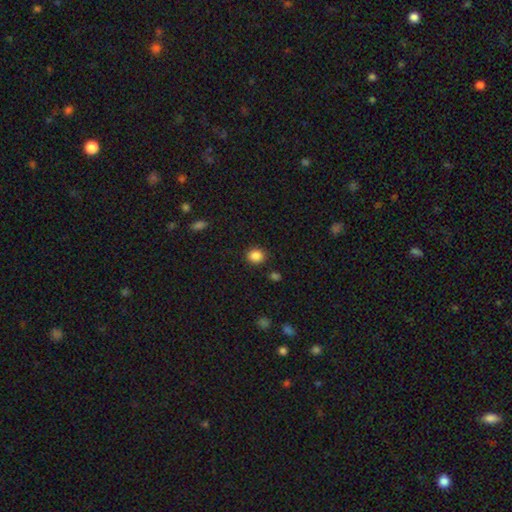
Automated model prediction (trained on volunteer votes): Smooth or featured: smooth — 86% (star or artifact — 11%)
How rounded: round — 70% (in between — 29%)
Merging: none — 87% (minor disturbance — 8%)